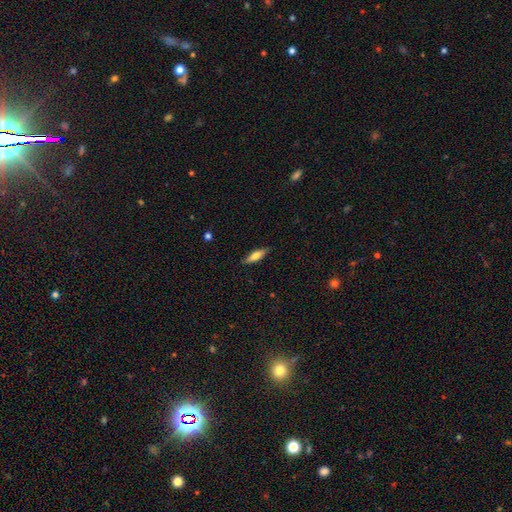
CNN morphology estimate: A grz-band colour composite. It shows a smooth galaxy with no disk features (59%) that is cigar-shaped (60%). Merging: none (85%).